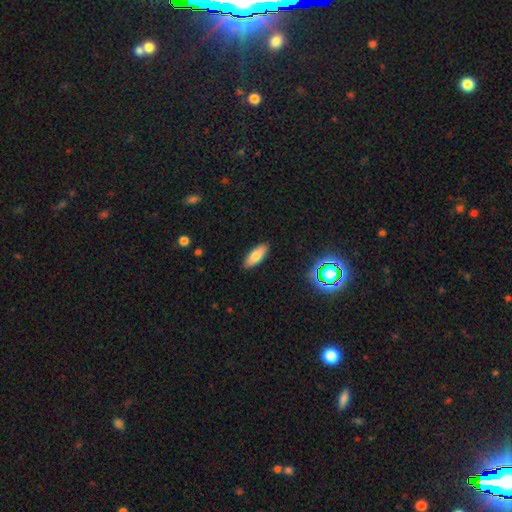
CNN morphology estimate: Q: Smooth or featured?
A: smooth (80%); runner-up: featured or disk (12%)
Q: How rounded?
A: in between (74%); runner-up: cigar-shaped (24%)
Q: Merging?
A: none (89%); runner-up: minor disturbance (8%)